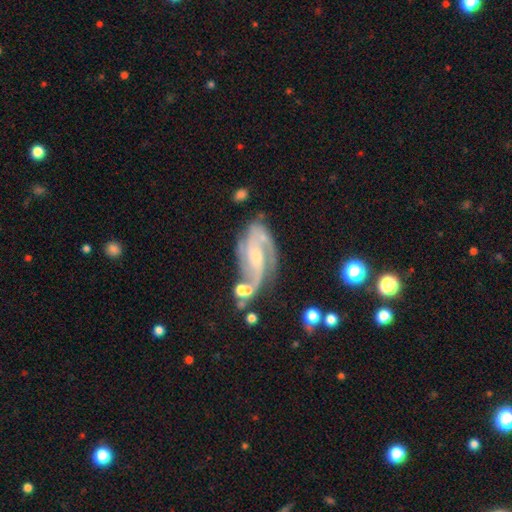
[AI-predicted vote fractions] This is clearly a featured or disk galaxy (87%). It is clearly not viewed edge-on (96%). Bar: marginally no (43%). Spiral arm pattern: clearly yes (97%). Spiral arm count: possibly 2 (52%). Spiral winding: possibly medium (51%). Central bulge: possibly small (56%). Merging: possibly none (55%).